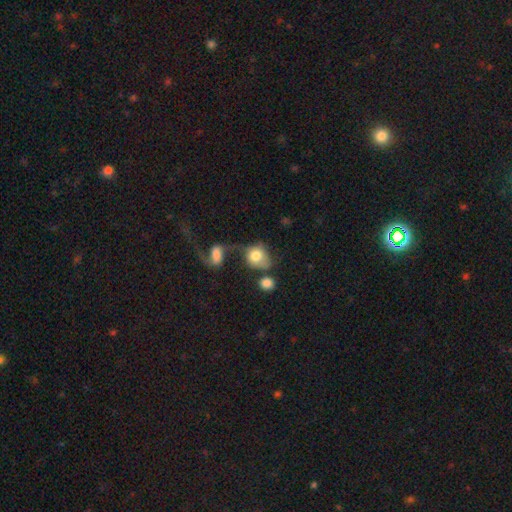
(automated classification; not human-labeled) The model was most divided on "merging": merger: 40%, none: 24%, major disturbance: 21%, minor disturbance: 15%. More confident: smooth or featured — smooth (67%); how rounded — round (60%).